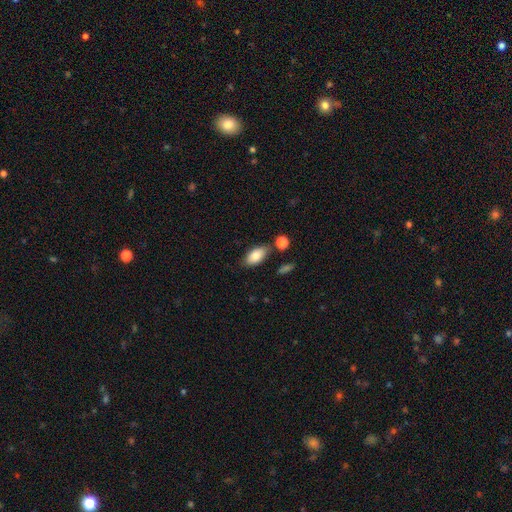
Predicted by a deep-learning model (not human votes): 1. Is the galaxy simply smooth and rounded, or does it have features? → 83% smooth, 10% featured or disk, 7% star or artifact.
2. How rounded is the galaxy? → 92% in between, 4% cigar-shaped, 4% round.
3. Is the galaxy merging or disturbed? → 76% none, 14% minor disturbance, 7% merger, 3% major disturbance.